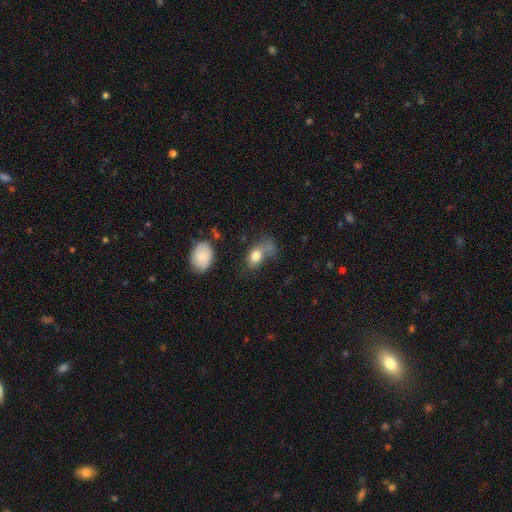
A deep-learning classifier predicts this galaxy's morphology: This is likely a smooth galaxy (78%). How rounded: clearly in between (80%). Merging: marginally none (34%).